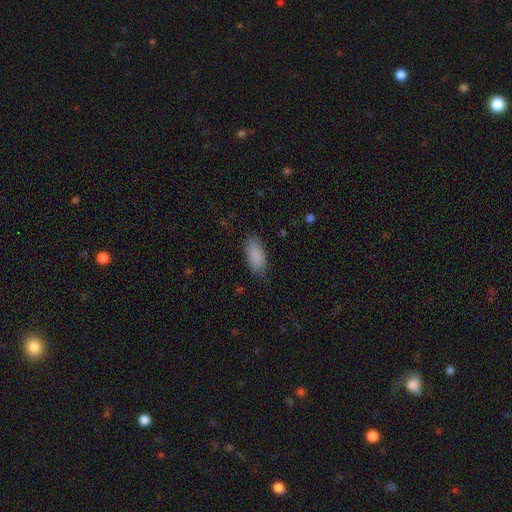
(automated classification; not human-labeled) A smooth galaxy with no disk features (89%) that is in between round and cigar-shaped (89%). Merging: none (80%).